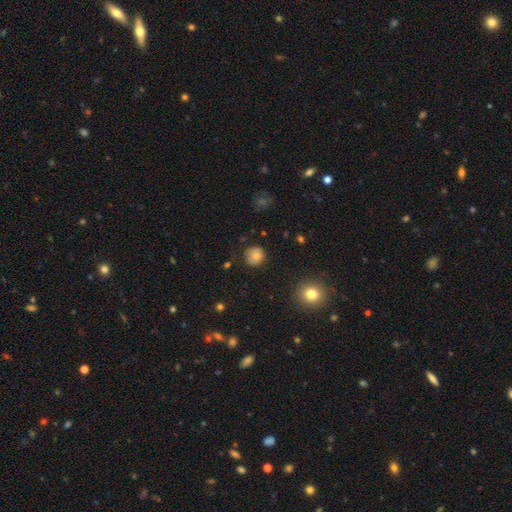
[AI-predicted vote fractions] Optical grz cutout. It shows a smooth galaxy with no disk features (79%) that is round (91%). Merging: none (81%).